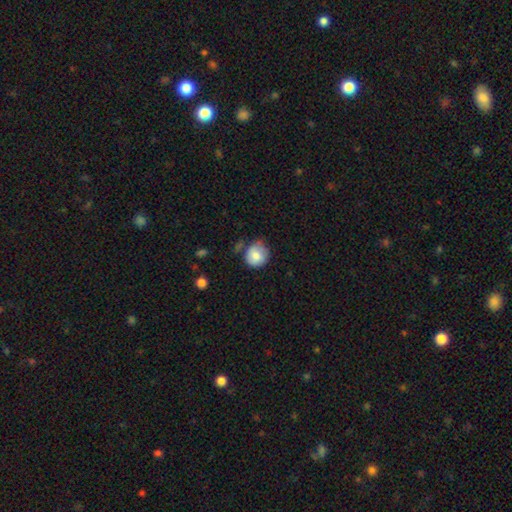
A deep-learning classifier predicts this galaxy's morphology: Smooth or featured? smooth (79%)
How rounded? round (85%)
Merging? none (60%)